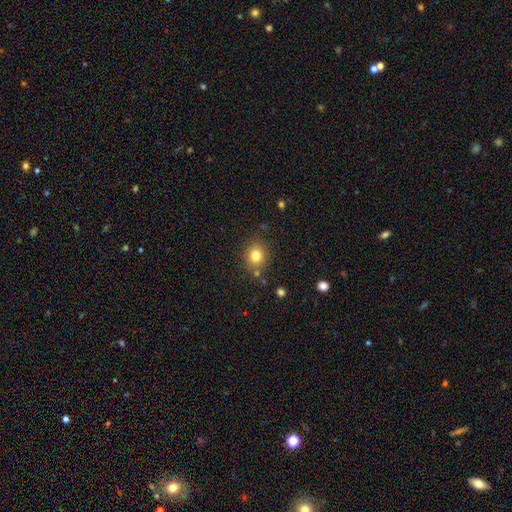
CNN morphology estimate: smooth 79%, star or artifact 13%, featured or disk 8%. Down the decision tree: how rounded — round (81%); merging — none (83%).